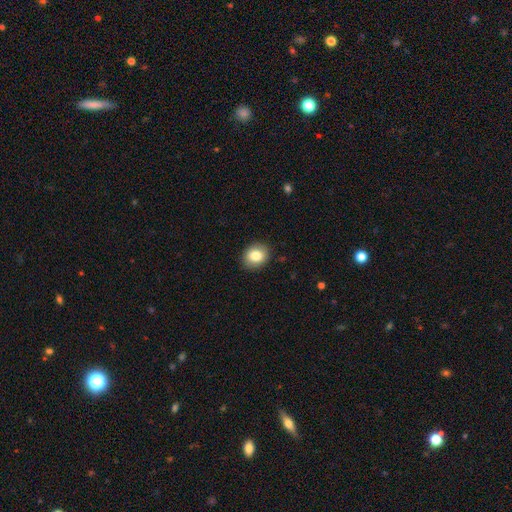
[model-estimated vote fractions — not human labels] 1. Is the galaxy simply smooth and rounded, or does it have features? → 83% smooth, 9% star or artifact, 8% featured or disk.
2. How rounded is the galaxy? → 56% round, 43% in between, 1% cigar-shaped.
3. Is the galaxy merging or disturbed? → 89% none, 8% minor disturbance, 2% major disturbance, 1% merger.